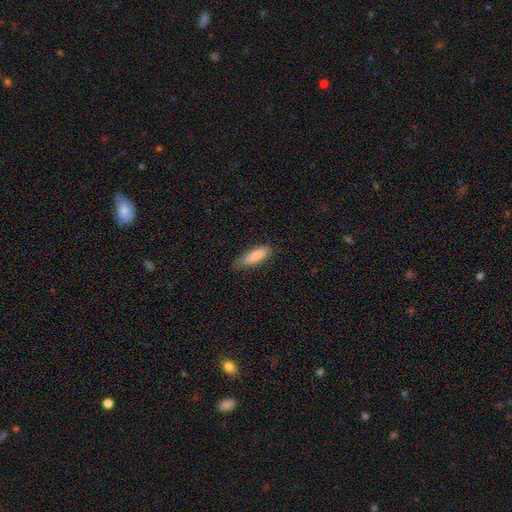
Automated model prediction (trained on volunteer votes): Morphology: type=smooth (86%); roundness=cigar-shaped (52%); merging=none (70%).